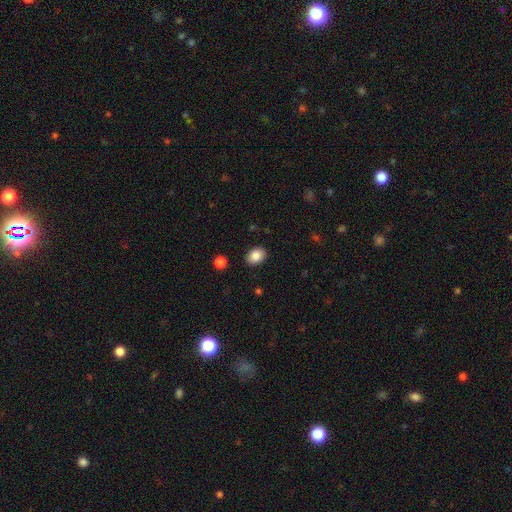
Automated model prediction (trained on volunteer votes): Smooth or featured? Predicted: smooth (p=0.87). How rounded? Predicted: in between (p=0.72). Merging? Predicted: none (p=0.88).